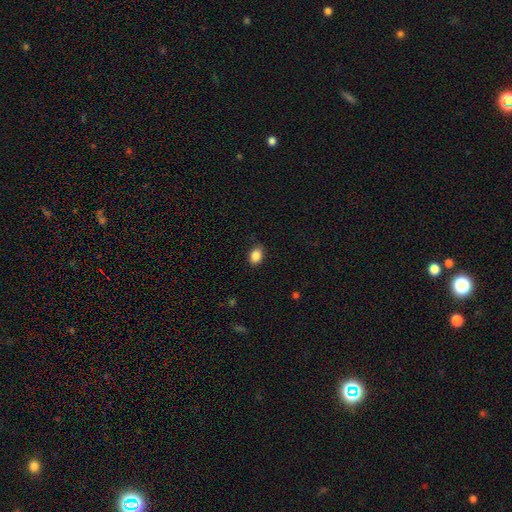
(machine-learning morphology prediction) type=smooth (88%); roundness=in between (77%); merging=none (85%).